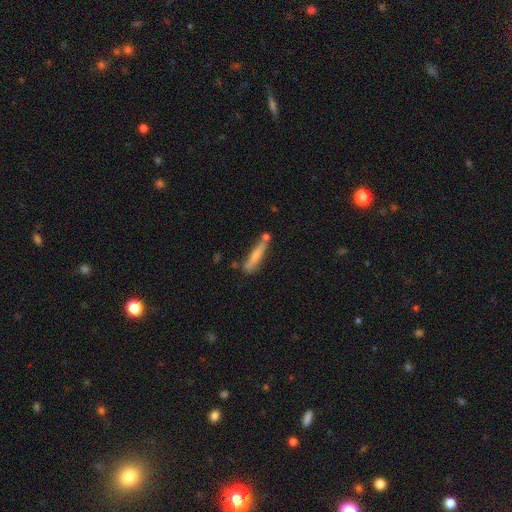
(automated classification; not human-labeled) Q: Smooth or featured?
A: smooth (63%); runner-up: featured or disk (30%)
Q: How rounded?
A: cigar-shaped (86%); runner-up: in between (12%)
Q: Merging?
A: none (60%); runner-up: minor disturbance (20%)